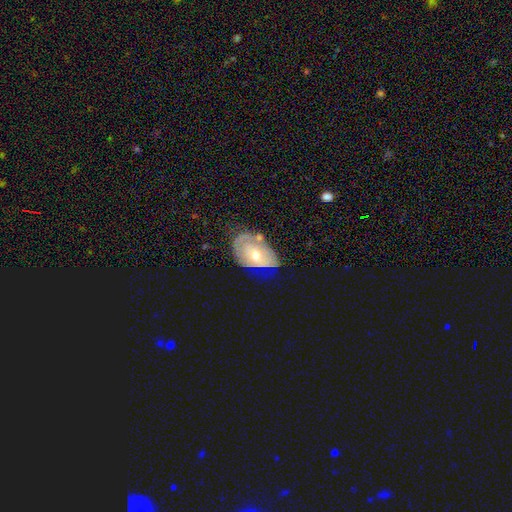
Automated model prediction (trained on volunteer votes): smooth_or_featured: featured or disk (p=0.64) [alt: smooth p=0.29]
disk_edge_on: no (p=0.93) [alt: yes p=0.07]
bar: no (p=0.79) [alt: weak p=0.17]
has_spiral_arms: yes (p=0.56) [alt: no p=0.44]
bulge_size: moderate (p=0.66) [alt: small p=0.29]
merging: none (p=0.48) [alt: minor disturbance p=0.29]